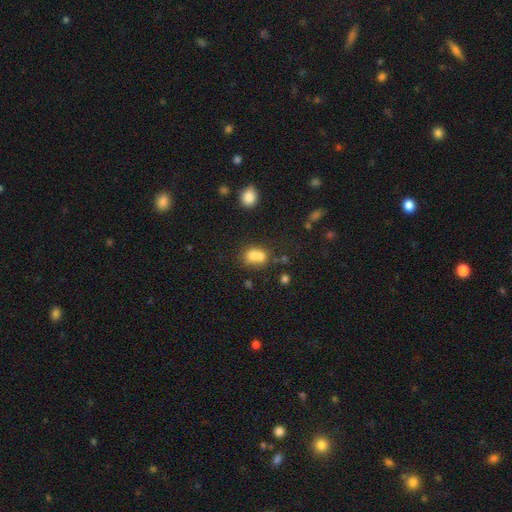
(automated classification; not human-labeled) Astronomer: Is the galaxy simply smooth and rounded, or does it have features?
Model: smooth — 69%.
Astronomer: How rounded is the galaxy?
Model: round — 66%.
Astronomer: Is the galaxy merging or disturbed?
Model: merger — 62%.